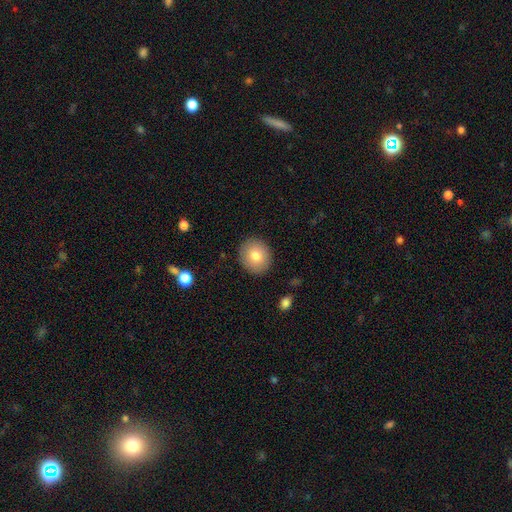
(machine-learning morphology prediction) Overall: smooth (81%). How rounded: round (78%). Merging: none (89%).